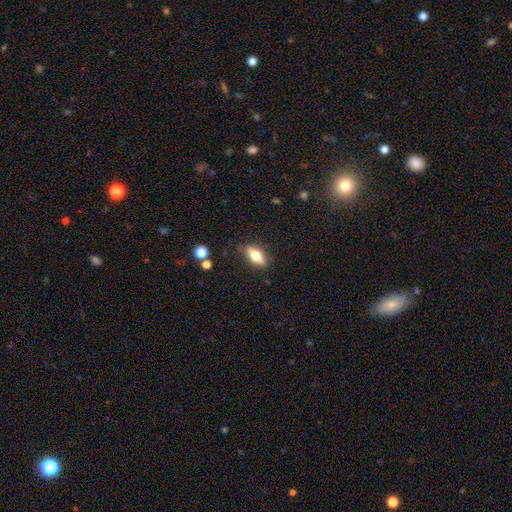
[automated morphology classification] type=smooth (58%); roundness=in between (71%); merging=none (83%).